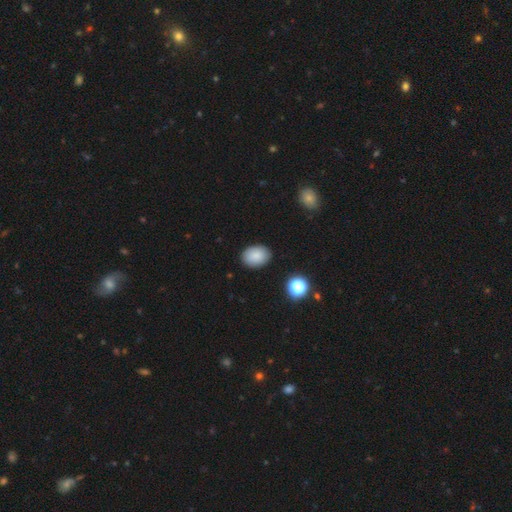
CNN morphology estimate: smooth_or_featured: smooth (p=0.86) [alt: star or artifact p=0.09]
how_rounded: in between (p=0.76) [alt: round p=0.23]
merging: none (p=0.88) [alt: minor disturbance p=0.08]